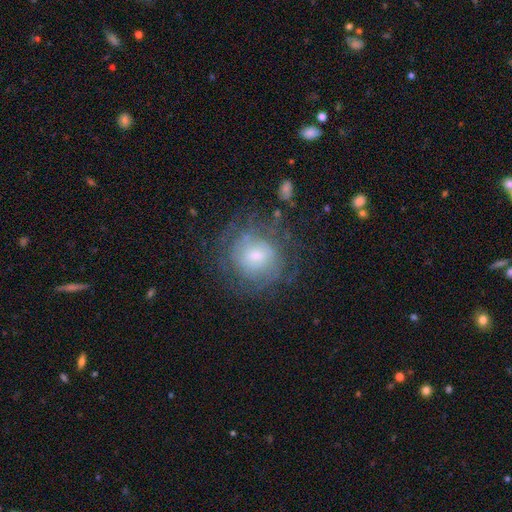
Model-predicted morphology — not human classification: A featured or disk galaxy (56%) with no bar (52%), spiral arms (70%) and a small central bulge (44%).

Vote fractions:
- Smooth or featured? featured or disk: 56% / smooth: 35% / star or artifact: 9%
- Edge-on disk? no: 97% / yes: 3%
- Bar? no: 52% / weak: 41% / strong: 7%
- Spiral arms? yes: 70% / no: 30%
- Bulge size? small: 44% / moderate: 42% / large: 9% / none: 4% / dominant: 2%
- Merging? none: 66% / minor disturbance: 18% / major disturbance: 14% / merger: 2%